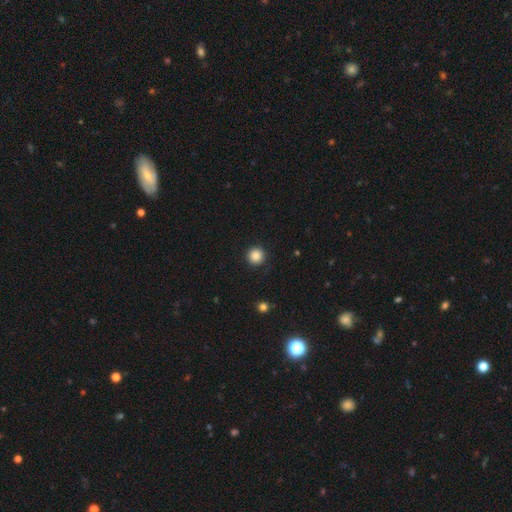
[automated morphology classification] This is clearly a smooth galaxy (86%). How rounded: clearly round (96%). Merging: clearly none (91%).